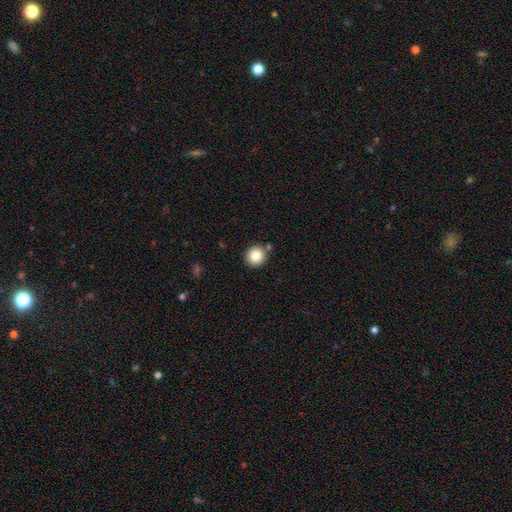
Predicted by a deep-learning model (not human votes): A smooth galaxy with no disk features (84%) that is round (91%).

Vote fractions:
- Smooth or featured? smooth: 84% / star or artifact: 10% / featured or disk: 6%
- How rounded? round: 91% / in between: 8% / cigar-shaped: 1%
- Merging? none: 84% / minor disturbance: 7% / merger: 6% / major disturbance: 2%